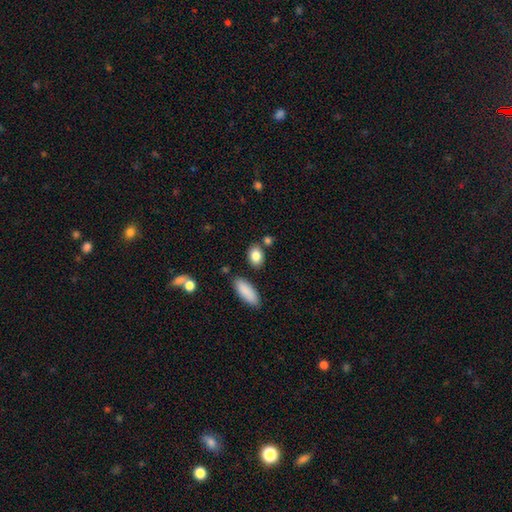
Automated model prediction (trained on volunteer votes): smooth 85%, star or artifact 8%, featured or disk 7%. Down the decision tree: how rounded — in between (74%); merging — none (77%).